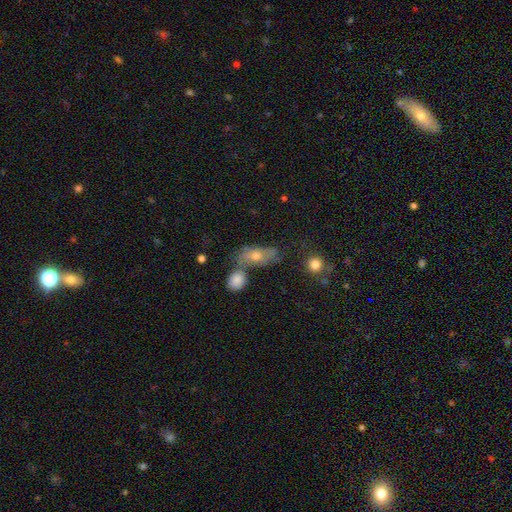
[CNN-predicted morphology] This appears to be a smooth galaxy with no disk features (57%) that is in between round and cigar-shaped (77%). Merging: none (44%).